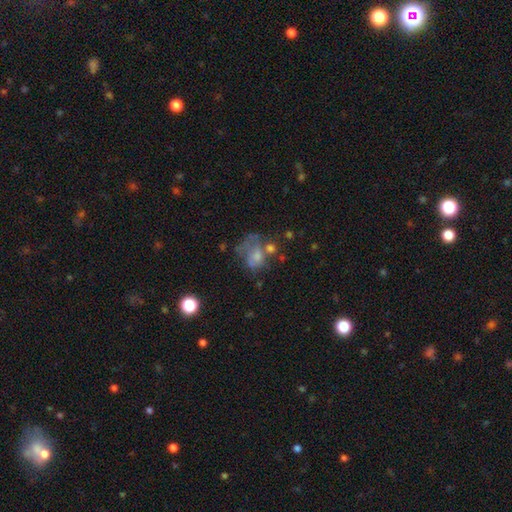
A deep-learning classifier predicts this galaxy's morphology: Q: Smooth or featured?
A: smooth (52%); runner-up: featured or disk (33%)
Q: How rounded?
A: in between (54%); runner-up: round (44%)
Q: Merging?
A: major disturbance (34%); runner-up: none (26%)